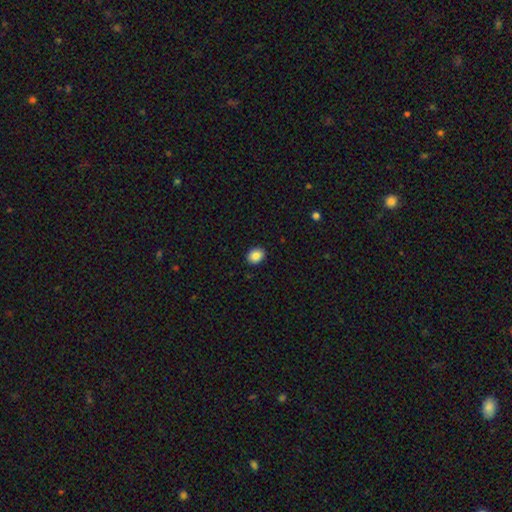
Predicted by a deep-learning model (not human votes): A smooth galaxy with no disk features (87%) that is round (58%). Merging: none (91%).